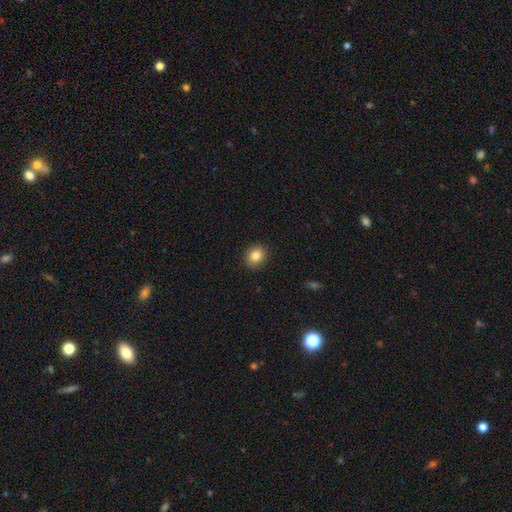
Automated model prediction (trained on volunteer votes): Smooth or featured? Predicted: smooth (p=0.84). How rounded? Predicted: round (p=0.71). Merging? Predicted: none (p=0.91).